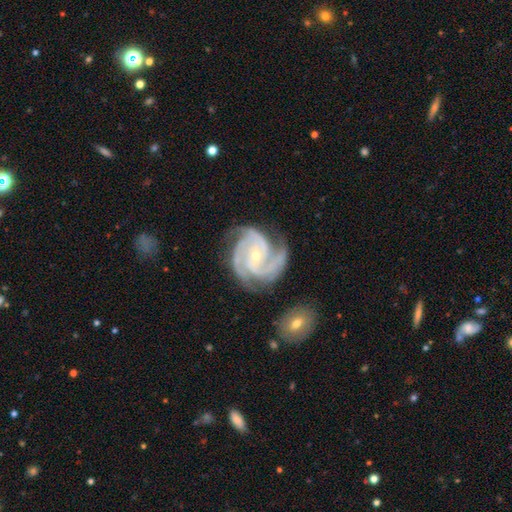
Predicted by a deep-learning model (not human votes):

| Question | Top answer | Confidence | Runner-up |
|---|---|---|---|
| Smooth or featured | featured or disk | 94% | star or artifact (4%) |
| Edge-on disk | no | 98% | yes (2%) |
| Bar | no | 57% | weak (29%) |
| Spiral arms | yes | 99% | no (1%) |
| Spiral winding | tight | 58% | medium (38%) |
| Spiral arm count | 3 | 65% | 4 (15%) |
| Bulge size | small | 73% | moderate (24%) |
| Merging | none | 70% | minor disturbance (20%) |